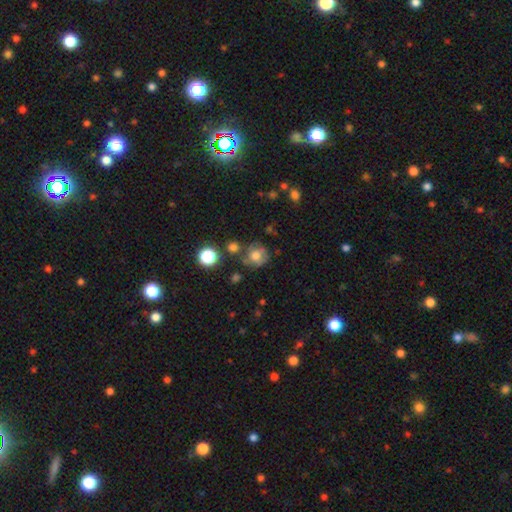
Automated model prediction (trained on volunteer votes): Smooth or featured? smooth (58%)
How rounded? round (80%)
Merging? none (54%)